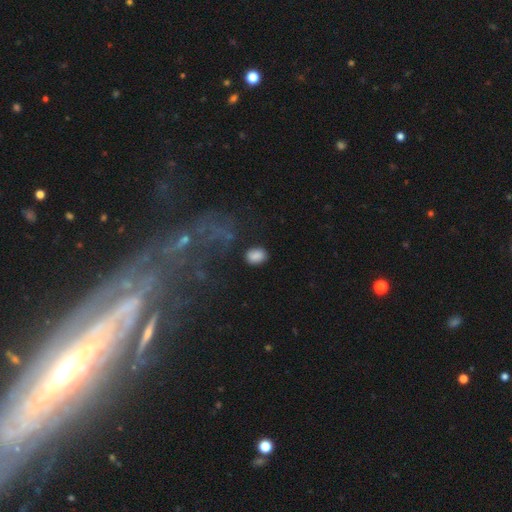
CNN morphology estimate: smooth 85%, star or artifact 9%, featured or disk 6%. Down the decision tree: how rounded — in between (72%); merging — none (80%).